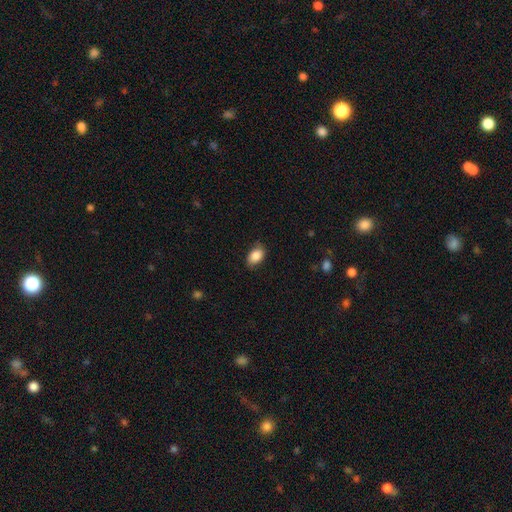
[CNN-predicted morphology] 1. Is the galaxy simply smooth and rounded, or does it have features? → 86% smooth, 7% star or artifact, 7% featured or disk.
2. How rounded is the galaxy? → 87% in between, 11% round, 2% cigar-shaped.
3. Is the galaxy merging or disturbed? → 76% none, 19% minor disturbance, 4% major disturbance, 1% merger.